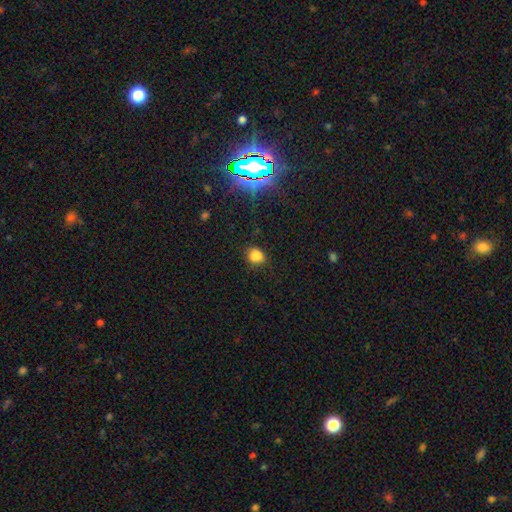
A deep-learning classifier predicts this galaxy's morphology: smooth_or_featured: smooth (p=0.80) [alt: star or artifact p=0.14]
how_rounded: round (p=0.60) [alt: in between p=0.38]
merging: none (p=0.69) [alt: minor disturbance p=0.22]